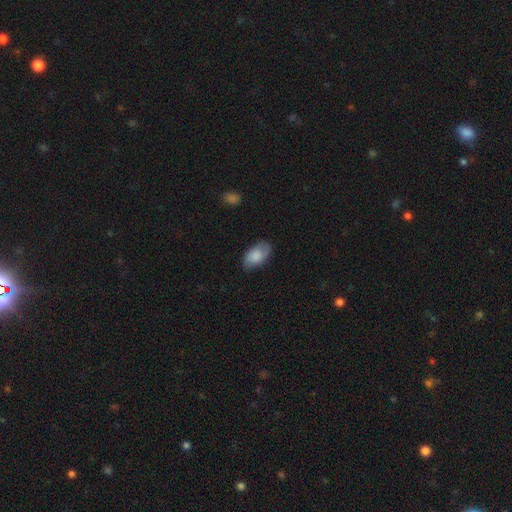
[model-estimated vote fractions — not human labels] Smooth or featured: smooth — 77% (featured or disk — 16%)
How rounded: in between — 93% (round — 5%)
Merging: none — 74% (minor disturbance — 20%)